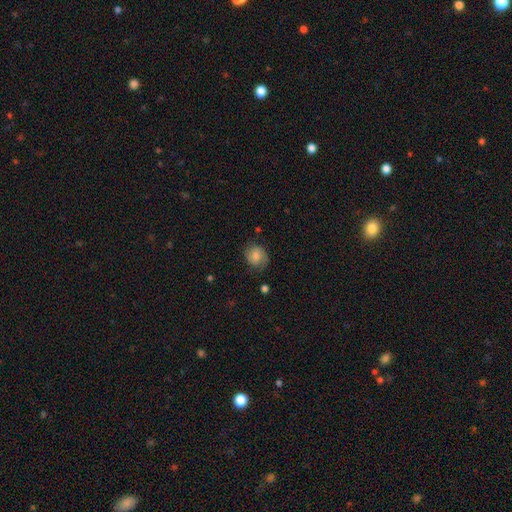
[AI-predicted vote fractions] Smooth or featured? Predicted: smooth (p=0.67). How rounded? Predicted: round (p=0.63). Merging? Predicted: none (p=0.69).